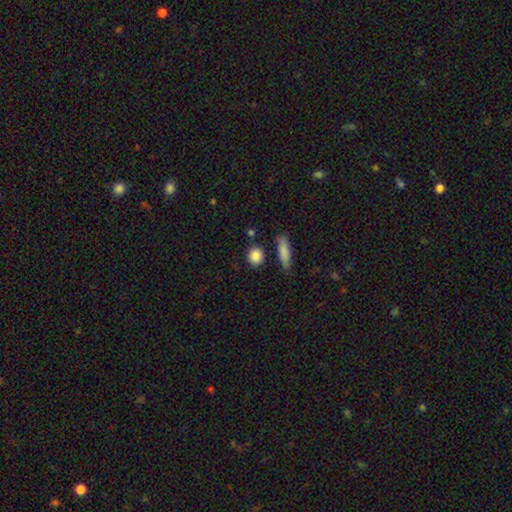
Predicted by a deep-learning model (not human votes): Morphology: type=smooth (87%); roundness=round (78%); merging=none (83%).